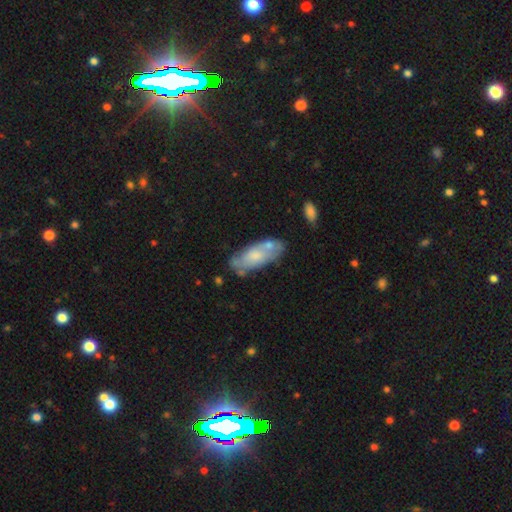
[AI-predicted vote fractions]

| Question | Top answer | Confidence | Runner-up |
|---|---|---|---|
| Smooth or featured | smooth | 56% | featured or disk (38%) |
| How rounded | in between | 80% | cigar-shaped (18%) |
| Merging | none | 53% | minor disturbance (24%) |